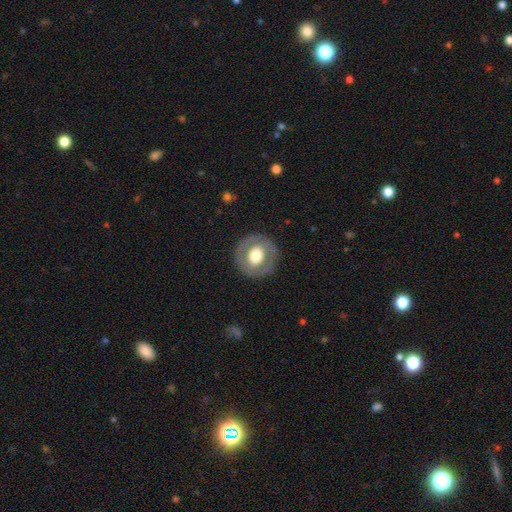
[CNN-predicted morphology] smooth_or_featured: smooth (p=0.53) [alt: featured or disk p=0.41]
how_rounded: round (p=0.89) [alt: in between p=0.10]
merging: none (p=0.86) [alt: minor disturbance p=0.09]